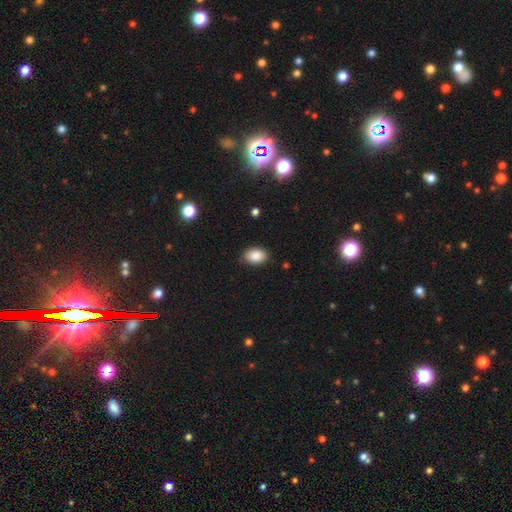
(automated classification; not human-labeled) The model was most divided on "how rounded": in between: 82%, round: 17%, cigar-shaped: 1%. More confident: smooth or featured — smooth (87%); merging — none (81%).